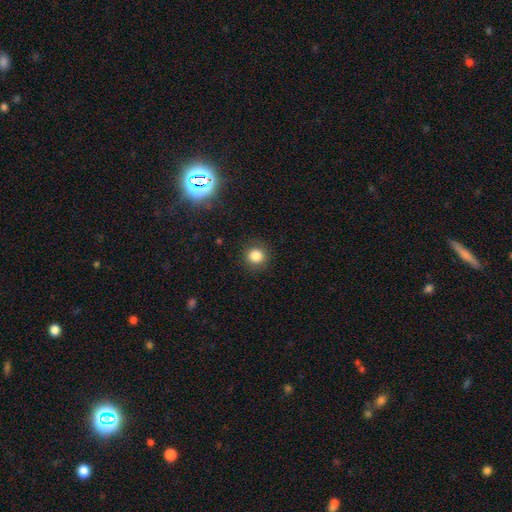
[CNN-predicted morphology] Smooth or featured: smooth — 84% (star or artifact — 12%)
How rounded: round — 90% (in between — 9%)
Merging: none — 88% (minor disturbance — 8%)